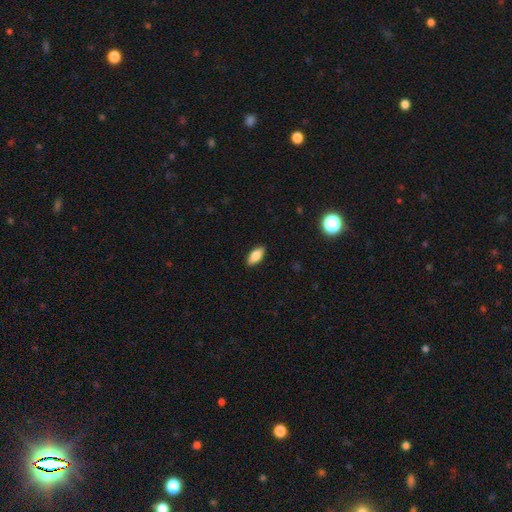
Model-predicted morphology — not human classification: Q: Smooth or featured?
A: smooth (82%); runner-up: featured or disk (11%)
Q: How rounded?
A: in between (87%); runner-up: cigar-shaped (10%)
Q: Merging?
A: none (88%); runner-up: minor disturbance (9%)